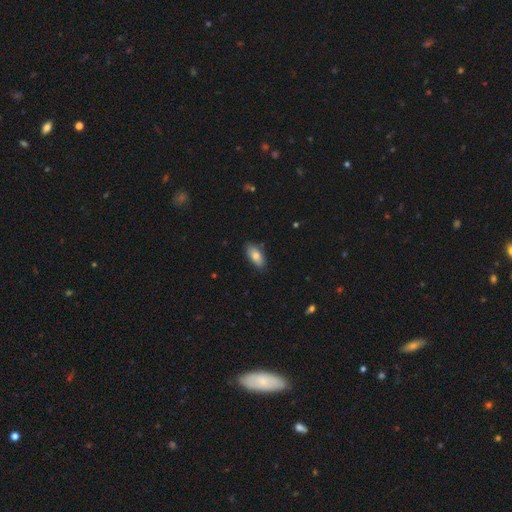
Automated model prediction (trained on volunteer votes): Smooth or featured?
  - smooth: 79% *
  - featured or disk: 14%
  - star or artifact: 7%
How rounded?
  - in between: 88% *
  - cigar-shaped: 10%
  - round: 3%
Merging?
  - none: 83% *
  - minor disturbance: 13%
  - major disturbance: 2%
  - merger: 1%